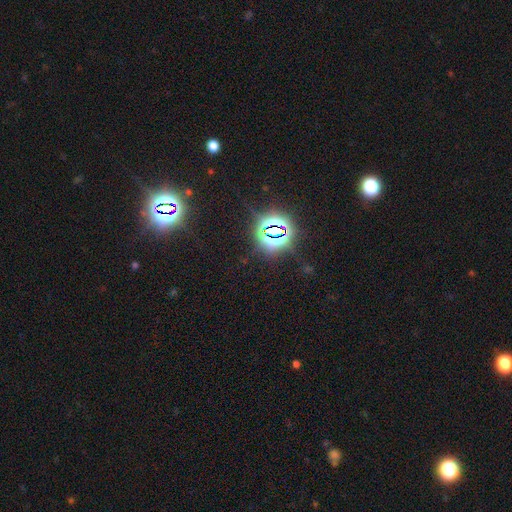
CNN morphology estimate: The model was most divided on "smooth or featured": star or artifact: 82%, smooth: 11%, featured or disk: 7%.